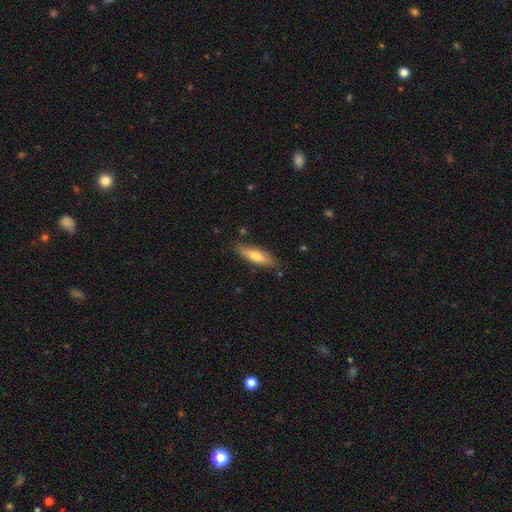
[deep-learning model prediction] Smooth or featured: smooth — 63% (featured or disk — 31%)
How rounded: cigar-shaped — 61% (in between — 37%)
Merging: none — 83% (minor disturbance — 13%)